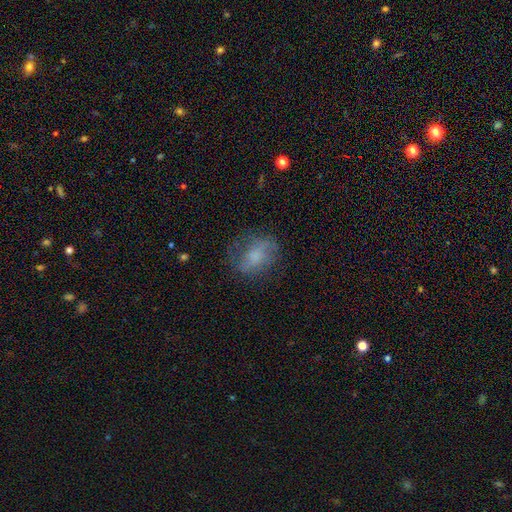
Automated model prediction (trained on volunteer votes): This appears to be a smooth galaxy with no disk features (56%) that is in between round and cigar-shaped (64%). Merging: none (62%).